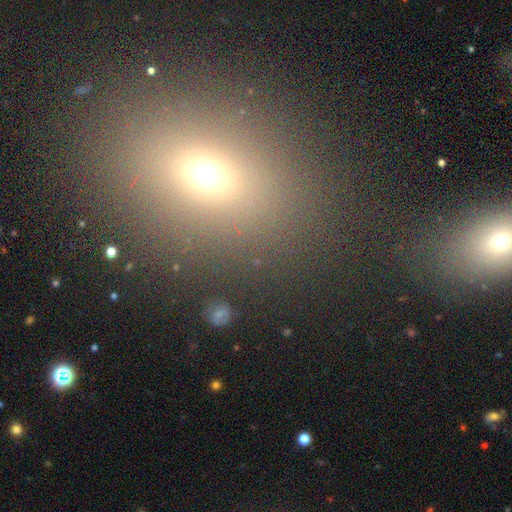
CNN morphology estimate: type=smooth (61%); roundness=in between (57%); merging=none (79%).